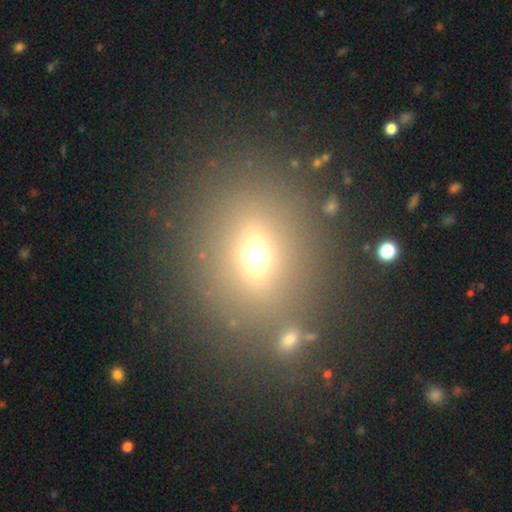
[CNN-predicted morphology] Smooth or featured? Predicted: smooth (p=0.61). How rounded? Predicted: round (p=0.59). Merging? Predicted: none (p=0.80).